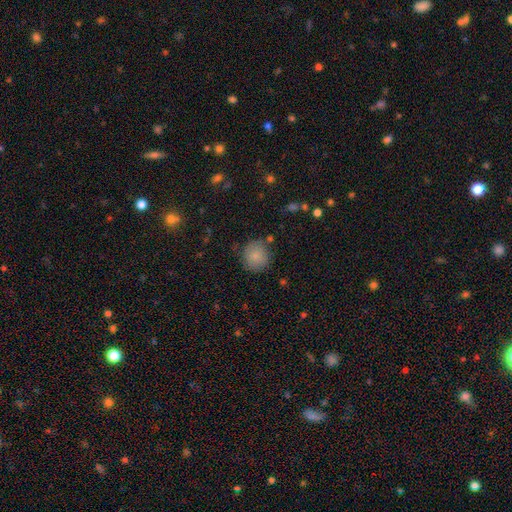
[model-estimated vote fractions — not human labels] Smooth or featured: smooth — 81% (featured or disk — 11%)
How rounded: round — 90% (in between — 9%)
Merging: none — 78% (minor disturbance — 15%)